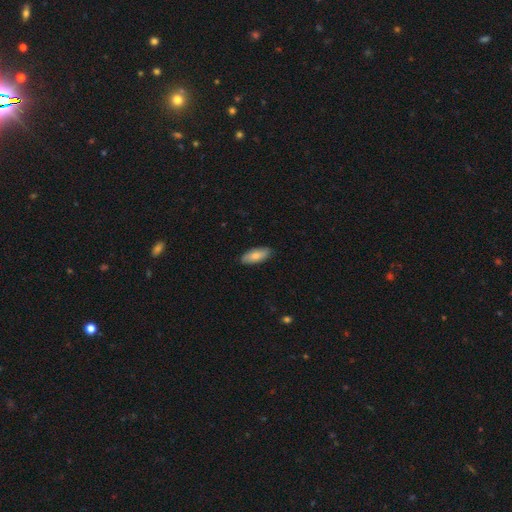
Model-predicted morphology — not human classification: Overall: smooth (81%). How rounded: in between (81%). Merging: none (88%).